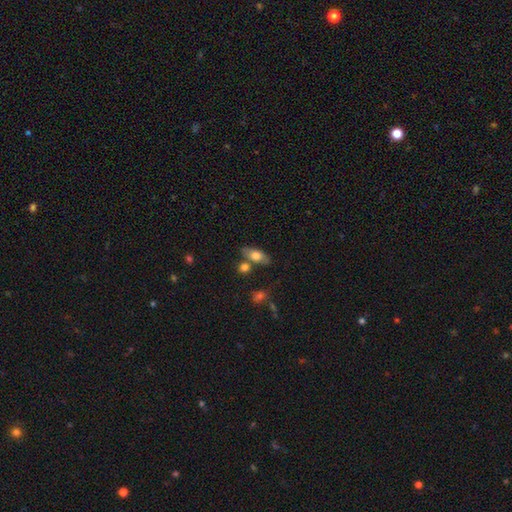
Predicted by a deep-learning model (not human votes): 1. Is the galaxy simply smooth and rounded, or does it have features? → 69% smooth, 24% featured or disk, 7% star or artifact.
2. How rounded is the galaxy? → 81% in between, 14% cigar-shaped, 5% round.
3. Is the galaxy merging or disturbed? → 68% none, 14% merger, 14% minor disturbance, 4% major disturbance.